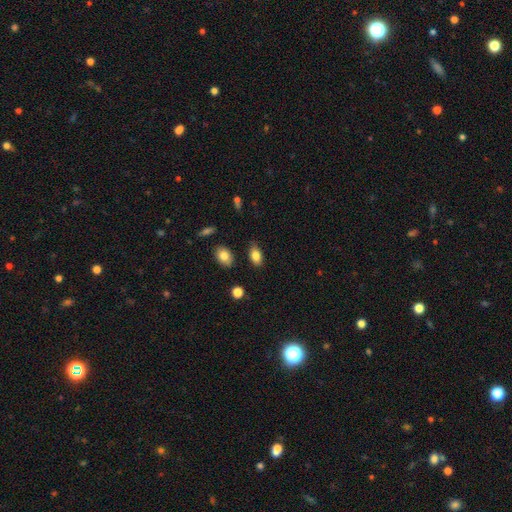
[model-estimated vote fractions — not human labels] This is clearly a smooth galaxy (83%). How rounded: clearly in between (89%). Merging: likely none (78%).